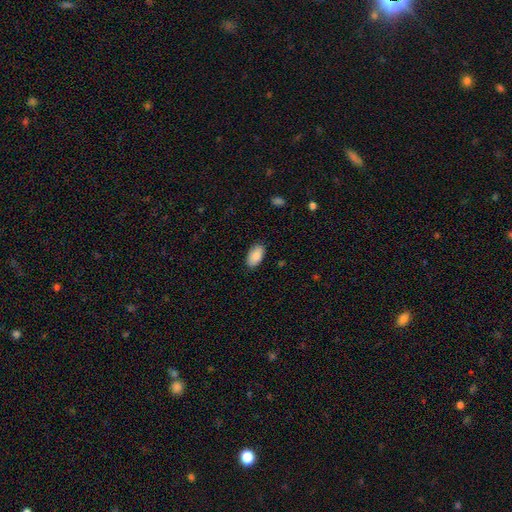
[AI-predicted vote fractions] A smooth galaxy with no disk features (89%) that is in between round and cigar-shaped (95%). Merging: none (87%).